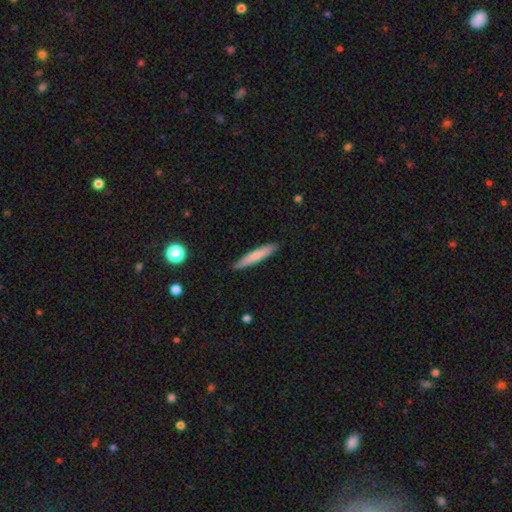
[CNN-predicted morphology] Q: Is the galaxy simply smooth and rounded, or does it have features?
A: smooth — 74%.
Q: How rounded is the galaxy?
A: cigar-shaped — 93%.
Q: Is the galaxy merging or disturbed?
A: none — 90%.